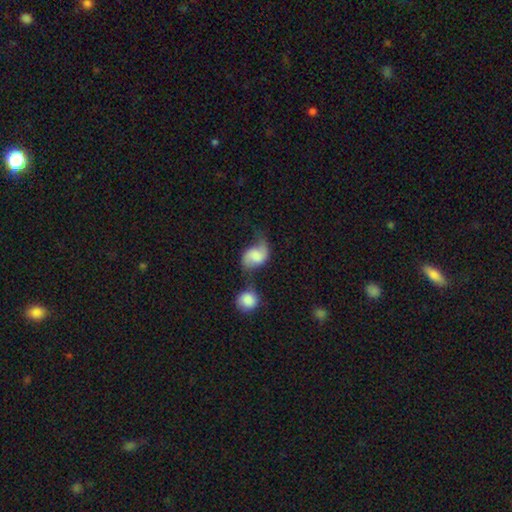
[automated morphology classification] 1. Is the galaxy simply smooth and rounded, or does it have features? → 52% featured or disk, 39% smooth, 8% star or artifact.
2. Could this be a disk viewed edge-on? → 97% no, 3% yes.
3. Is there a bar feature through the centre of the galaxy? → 52% no, 37% weak, 11% strong.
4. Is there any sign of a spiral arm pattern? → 87% yes, 13% no.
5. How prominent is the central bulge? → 37% none, 20% large, 19% moderate, 15% small, 8% dominant.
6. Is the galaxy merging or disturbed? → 35% none, 27% merger, 22% minor disturbance, 16% major disturbance.